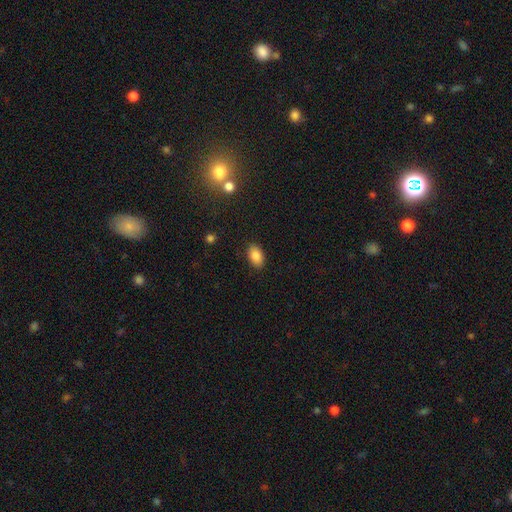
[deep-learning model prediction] Overall: smooth (86%). How rounded: in between (91%). Merging: none (88%).